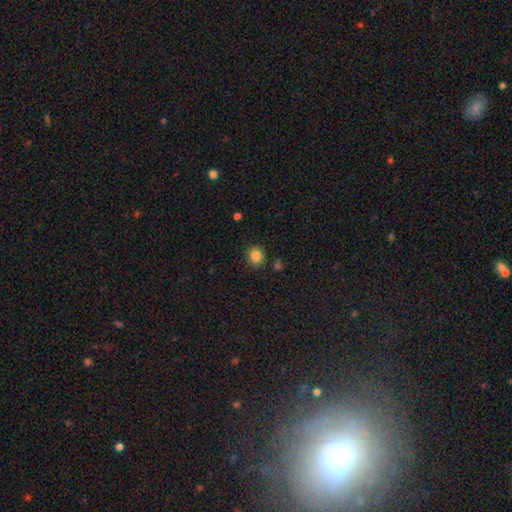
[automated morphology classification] smooth_or_featured: smooth (p=0.85) [alt: star or artifact p=0.11]
how_rounded: round (p=0.71) [alt: in between p=0.28]
merging: none (p=0.85) [alt: minor disturbance p=0.09]